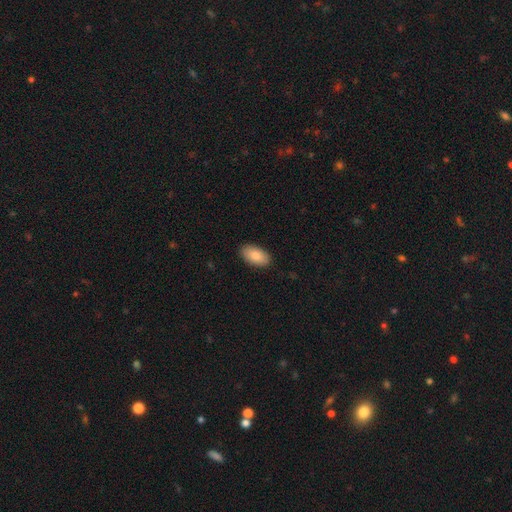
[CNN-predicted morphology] Smooth or featured?
  - smooth: 86% *
  - featured or disk: 8%
  - star or artifact: 6%
How rounded?
  - in between: 95% *
  - round: 3%
  - cigar-shaped: 2%
Merging?
  - none: 89% *
  - minor disturbance: 8%
  - major disturbance: 2%
  - merger: 1%